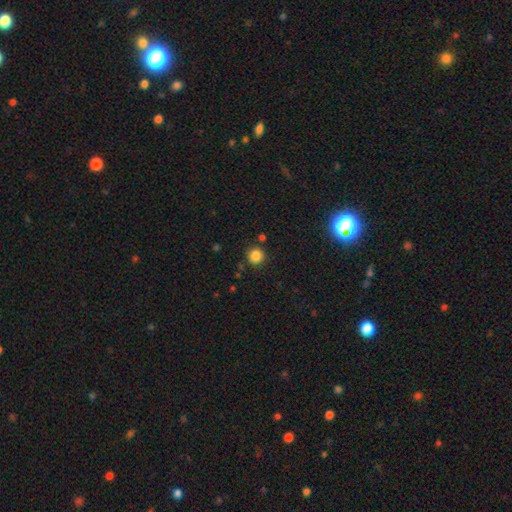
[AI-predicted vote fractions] Q: Smooth or featured?
A: smooth (85%); runner-up: star or artifact (12%)
Q: How rounded?
A: round (94%); runner-up: in between (5%)
Q: Merging?
A: none (87%); runner-up: minor disturbance (7%)